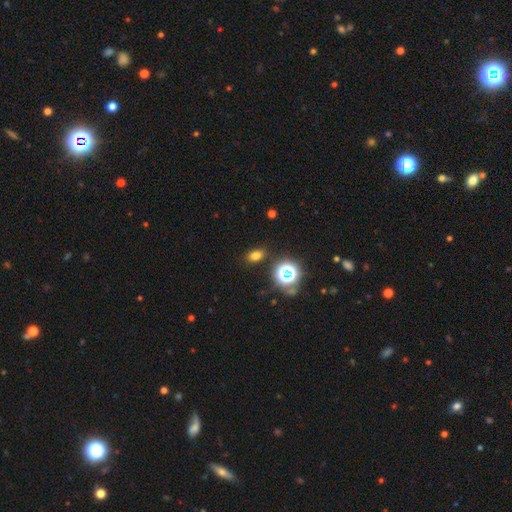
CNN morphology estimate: Smooth or featured: smooth — 69% (star or artifact — 23%)
How rounded: in between — 76% (round — 21%)
Merging: none — 85% (minor disturbance — 9%)